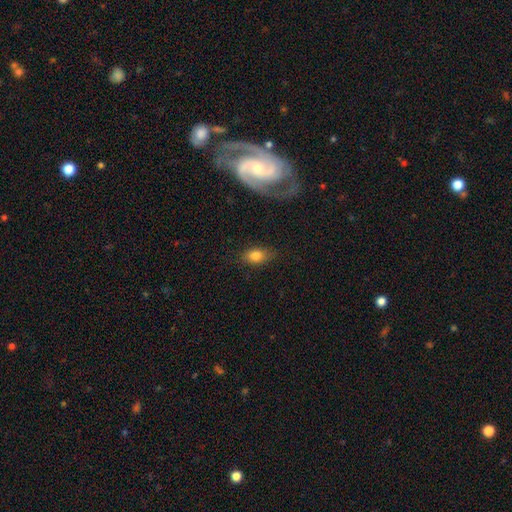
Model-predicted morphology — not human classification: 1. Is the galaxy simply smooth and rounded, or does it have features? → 80% smooth, 11% featured or disk, 9% star or artifact.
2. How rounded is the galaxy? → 83% in between, 13% round, 4% cigar-shaped.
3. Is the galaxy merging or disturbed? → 80% none, 15% minor disturbance, 4% major disturbance, 2% merger.